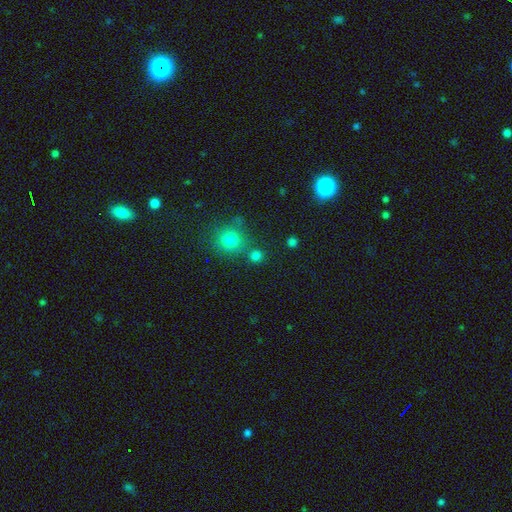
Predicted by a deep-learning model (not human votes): smooth_or_featured: smooth (p=0.76) [alt: star or artifact p=0.19]
how_rounded: round (p=0.87) [alt: in between p=0.12]
merging: none (p=0.73) [alt: merger p=0.16]